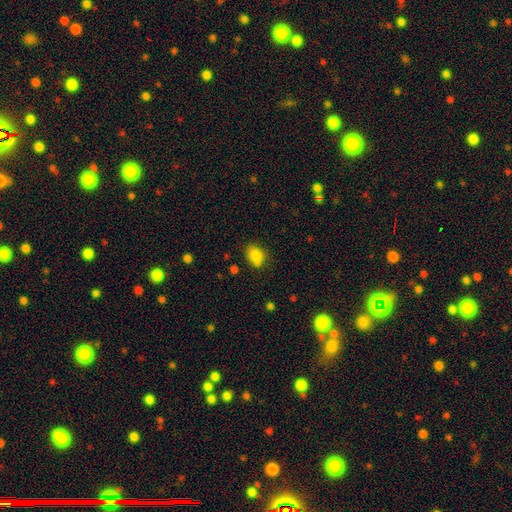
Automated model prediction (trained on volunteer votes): Q: Smooth or featured?
A: smooth (84%); runner-up: star or artifact (10%)
Q: How rounded?
A: in between (59%); runner-up: round (39%)
Q: Merging?
A: none (71%); runner-up: minor disturbance (21%)